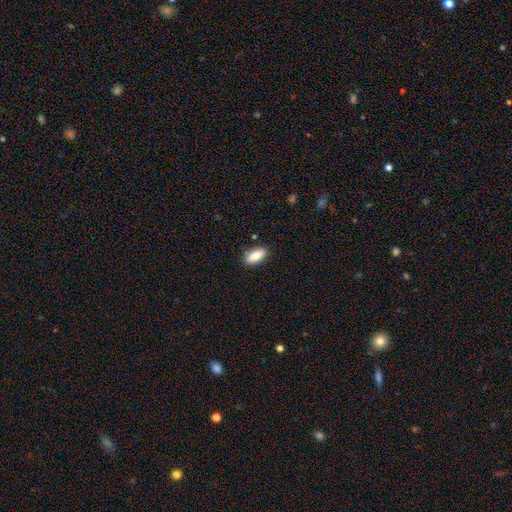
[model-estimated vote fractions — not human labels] This is clearly a smooth galaxy (83%). How rounded: clearly in between (85%). Merging: clearly none (85%).